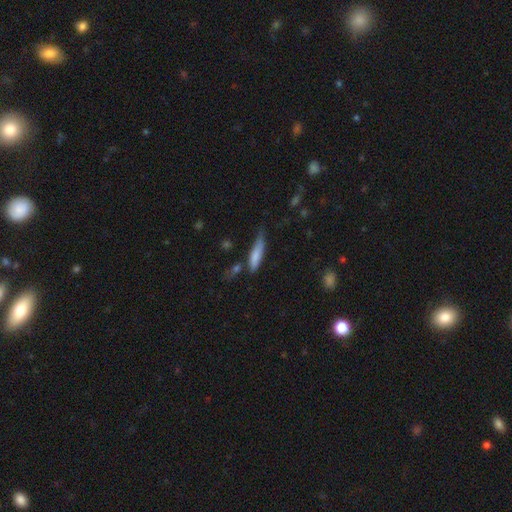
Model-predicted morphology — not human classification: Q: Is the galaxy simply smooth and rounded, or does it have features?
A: smooth — 77%.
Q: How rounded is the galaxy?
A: cigar-shaped — 76%.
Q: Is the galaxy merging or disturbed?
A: none — 51%.